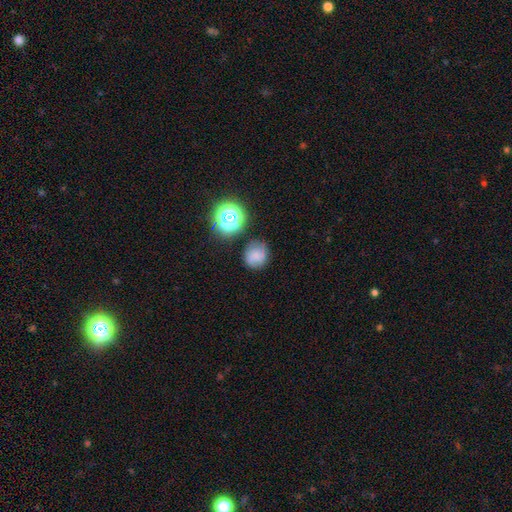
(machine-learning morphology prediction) smooth_or_featured: smooth (p=0.52) [alt: featured or disk p=0.33]
how_rounded: round (p=0.80) [alt: in between p=0.19]
merging: none (p=0.72) [alt: minor disturbance p=0.18]